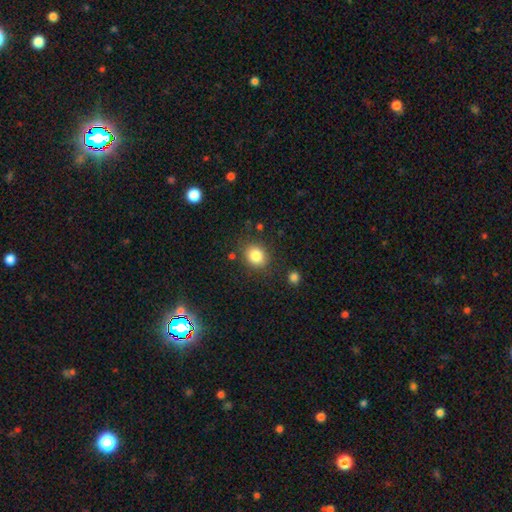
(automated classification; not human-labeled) smooth_or_featured: smooth (p=0.84) [alt: star or artifact p=0.10]
how_rounded: round (p=0.65) [alt: in between p=0.34]
merging: none (p=0.81) [alt: minor disturbance p=0.12]